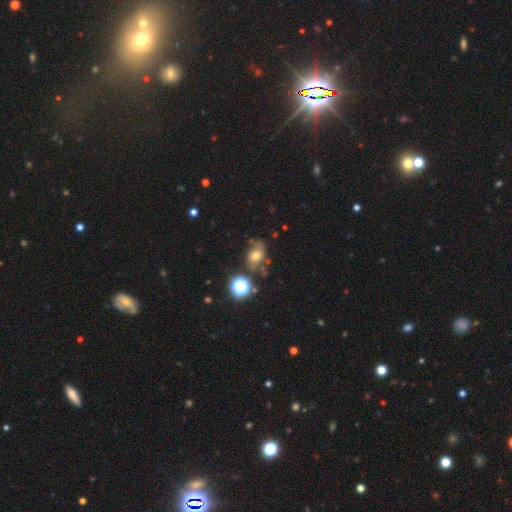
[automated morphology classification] Smooth or featured?
  - smooth: 53% *
  - featured or disk: 29%
  - star or artifact: 18%
How rounded?
  - in between: 60% *
  - round: 38%
  - cigar-shaped: 2%
Merging?
  - none: 54% *
  - minor disturbance: 24%
  - major disturbance: 12%
  - merger: 10%